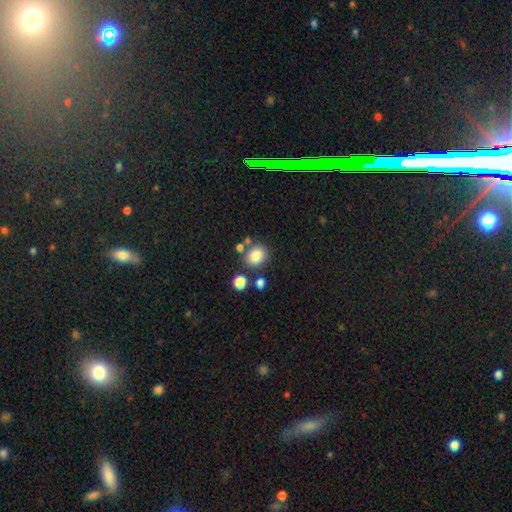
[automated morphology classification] smooth_or_featured: smooth (p=0.82) [alt: star or artifact p=0.11]
how_rounded: round (p=0.62) [alt: in between p=0.37]
merging: none (p=0.73) [alt: minor disturbance p=0.12]